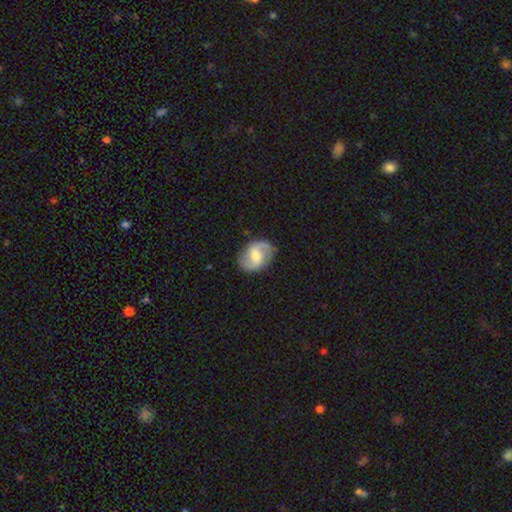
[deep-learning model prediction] This is likely a featured or disk galaxy (78%). It is clearly not viewed edge-on (98%). Bar: possibly weak (50%). Spiral arm pattern: clearly yes (94%). Spiral arm count: clearly 2 (92%). Spiral winding: possibly medium (46%). Central bulge: possibly moderate (59%). Merging: clearly none (83%).